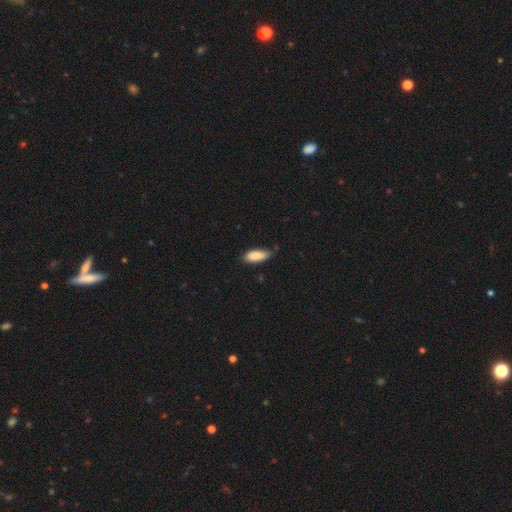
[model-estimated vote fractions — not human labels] Smooth or featured? smooth (85%)
How rounded? in between (79%)
Merging? none (63%)